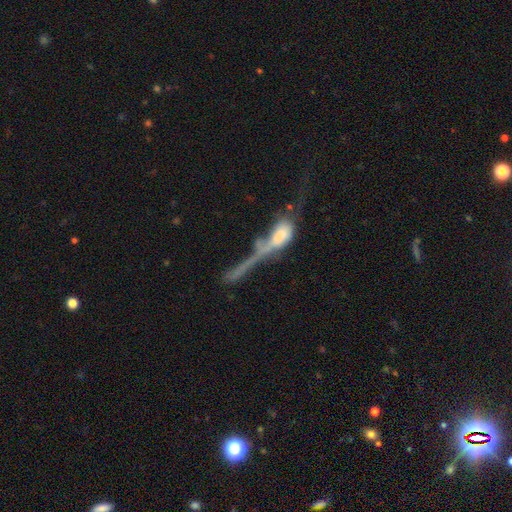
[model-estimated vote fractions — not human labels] Q: Smooth or featured?
A: featured or disk (55%); runner-up: star or artifact (22%)
Q: Edge-on disk?
A: yes (68%); runner-up: no (32%)
Q: Merging?
A: none (32%); runner-up: merger (29%)